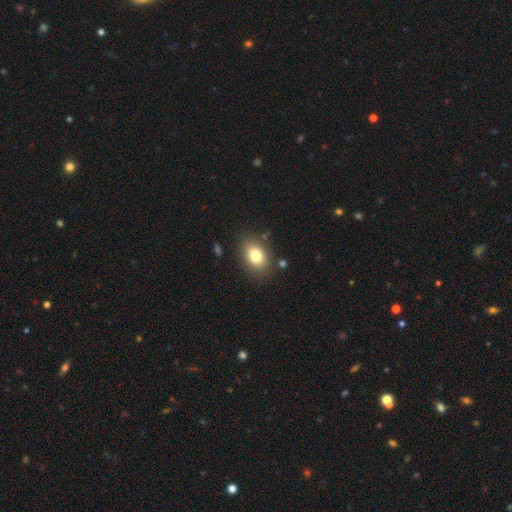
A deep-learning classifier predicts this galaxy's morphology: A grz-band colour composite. It shows a smooth galaxy with no disk features (80%) that is in between round and cigar-shaped (77%). Merging: none (82%).